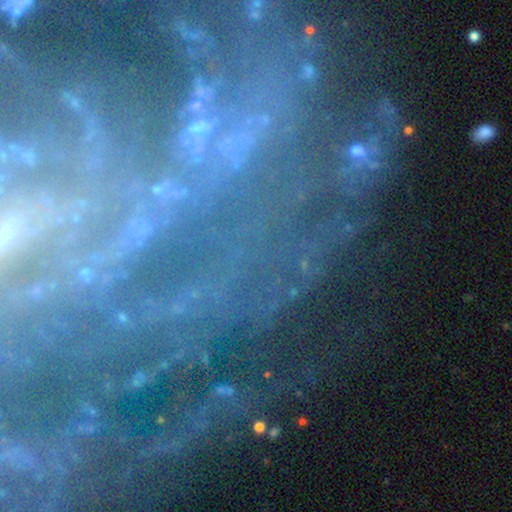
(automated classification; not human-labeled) smooth-or-featured: featured or disk: 66% | star or artifact: 24% | smooth: 10%
  disk-edge-on: no: 94% | yes: 6%
    bar: no: 43% | strong: 29% | weak: 28%
    has-spiral-arms: yes: 87% | no: 13%
      spiral-winding: tight: 69% | medium: 21% | loose: 9%
      spiral-arm-count: can't tell: 30% | more than 4: 16% | 3: 15% | 2: 14% | 4: 13% | 1: 12%
    bulge-size: small: 60% | none: 17% | moderate: 16% | large: 4% | dominant: 3%
  merging: none: 67% | minor disturbance: 16% | major disturbance: 13% | merger: 4%